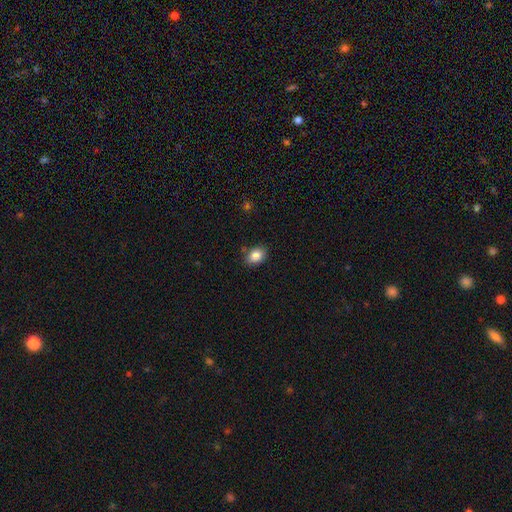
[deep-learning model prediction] Q: Smooth or featured?
A: smooth (85%); runner-up: star or artifact (9%)
Q: How rounded?
A: in between (69%); runner-up: round (30%)
Q: Merging?
A: none (81%); runner-up: minor disturbance (13%)